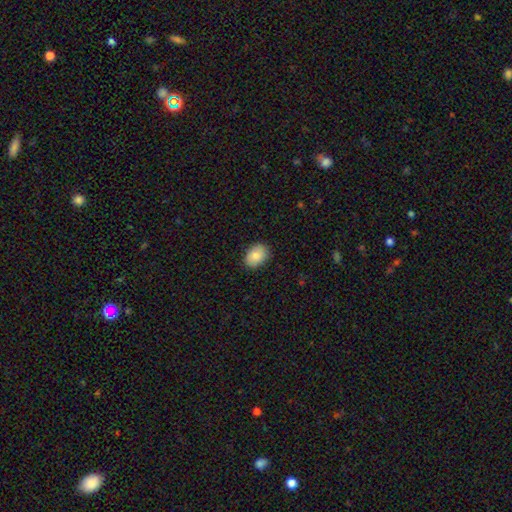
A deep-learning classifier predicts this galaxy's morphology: A smooth galaxy with no disk features (84%) that is in between round and cigar-shaped (74%).

Vote fractions:
- Smooth or featured? smooth: 84% / featured or disk: 9% / star or artifact: 7%
- How rounded? in between: 74% / round: 25% / cigar-shaped: 1%
- Merging? none: 87% / minor disturbance: 10% / major disturbance: 2% / merger: 1%